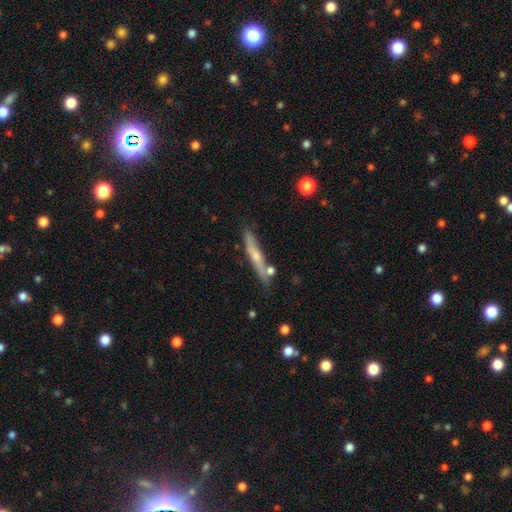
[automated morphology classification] A featured or disk galaxy (55%) viewed edge-on (89%). Merging: none (75%).